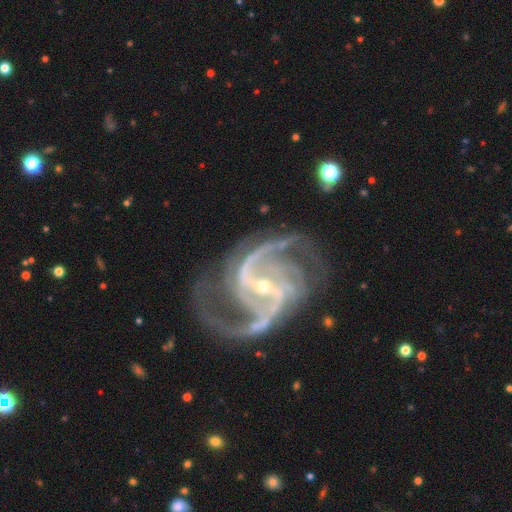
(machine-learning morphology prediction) This appears to be a featured or disk galaxy (93%) with a strong bar (47%), 2 (70%) medium (59%) spiral arms (99%) and a small central bulge (79%). Merging: none (70%).